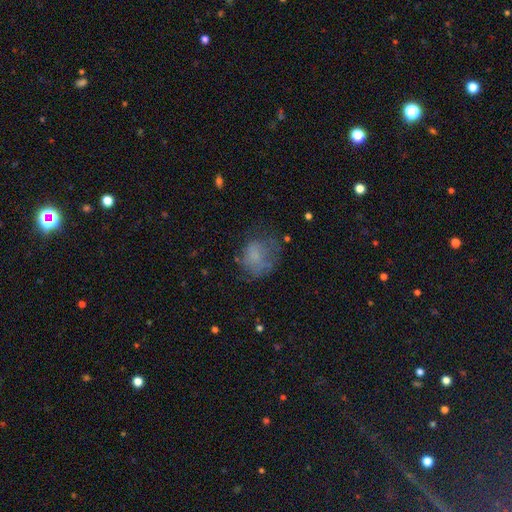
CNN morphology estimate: This appears to be a smooth galaxy with no disk features (62%) that is round (57%). Merging: none (45%).